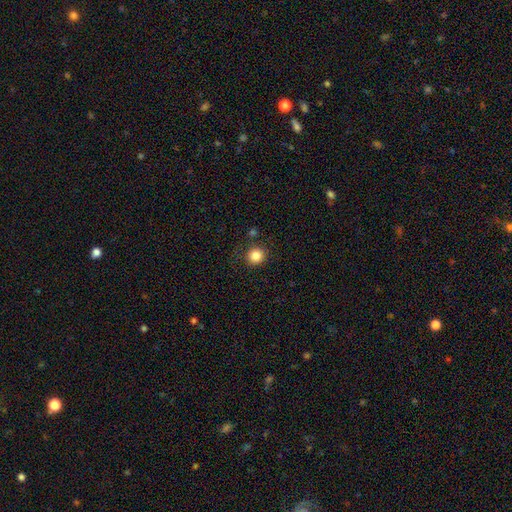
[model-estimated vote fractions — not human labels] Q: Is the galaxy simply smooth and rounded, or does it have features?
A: smooth — 84%.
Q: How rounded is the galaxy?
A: round — 92%.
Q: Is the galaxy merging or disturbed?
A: none — 84%.